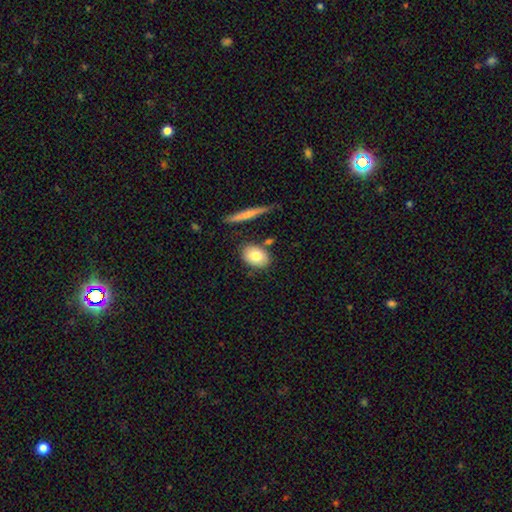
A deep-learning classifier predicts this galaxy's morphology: Smooth or featured? Predicted: smooth (p=0.79). How rounded? Predicted: in between (p=0.75). Merging? Predicted: none (p=0.77).